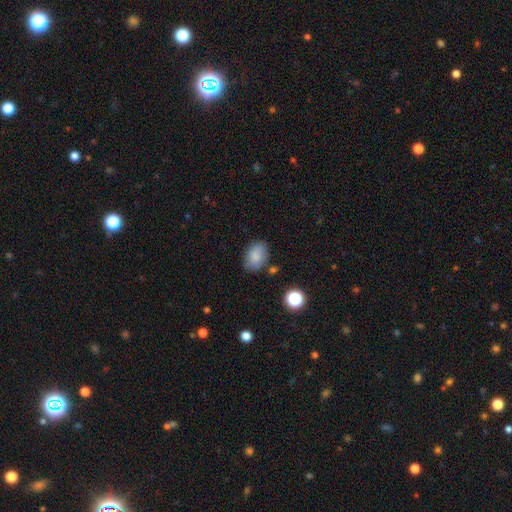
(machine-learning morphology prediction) Smooth or featured? smooth (83%)
How rounded? in between (80%)
Merging? none (76%)